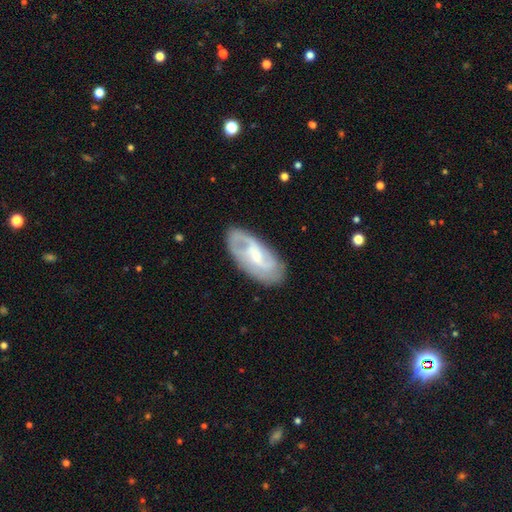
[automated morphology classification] Smooth or featured: featured or disk — 72% (smooth — 22%)
Edge-on disk: no — 94% (yes — 6%)
Bar: weak — 48% (no — 37%)
Spiral arms: yes — 87% (no — 13%)
Spiral winding: medium — 42% (tight — 30%)
Spiral arm count: 2 — 50% (can't tell — 28%)
Bulge size: small — 62% (moderate — 32%)
Merging: none — 75% (minor disturbance — 17%)